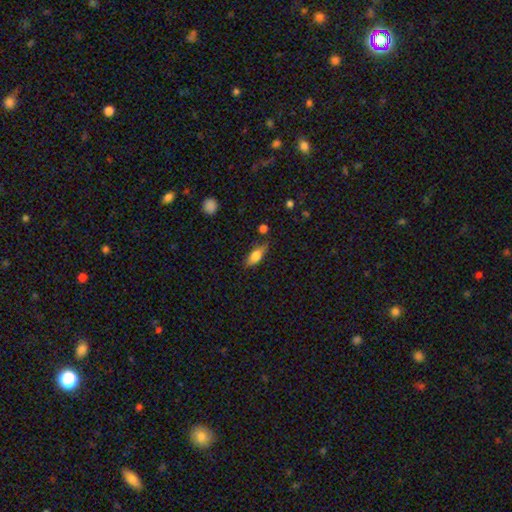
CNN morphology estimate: smooth-or-featured: smooth: 76% | featured or disk: 17% | star or artifact: 7%
  how-rounded: in between: 77% | cigar-shaped: 19% | round: 4%
  merging: none: 67% | minor disturbance: 23% | major disturbance: 5% | merger: 4%